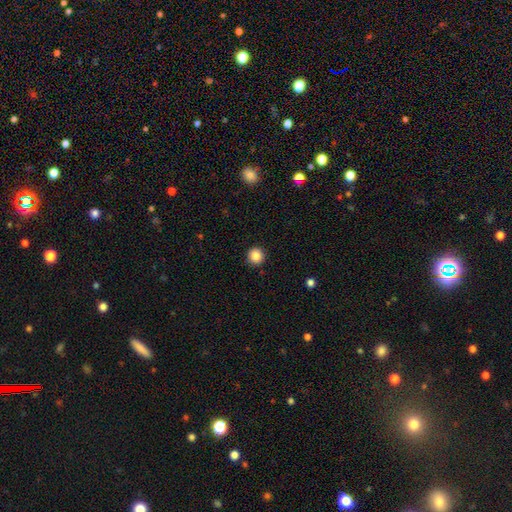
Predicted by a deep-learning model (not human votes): Q: Smooth or featured?
A: smooth (86%); runner-up: star or artifact (10%)
Q: How rounded?
A: round (95%); runner-up: in between (5%)
Q: Merging?
A: none (91%); runner-up: minor disturbance (6%)